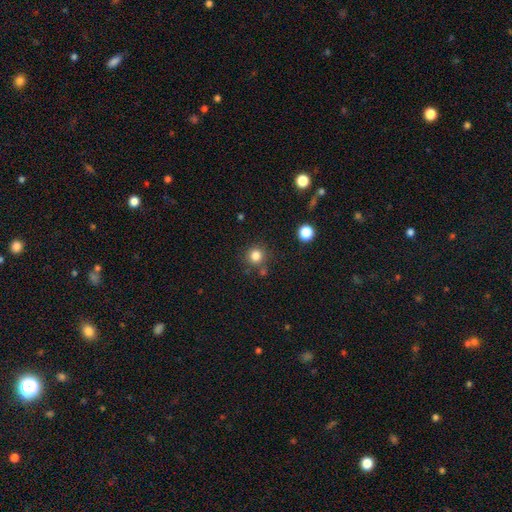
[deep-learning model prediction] Smooth or featured? Predicted: smooth (p=0.83). How rounded? Predicted: round (p=0.92). Merging? Predicted: none (p=0.81).